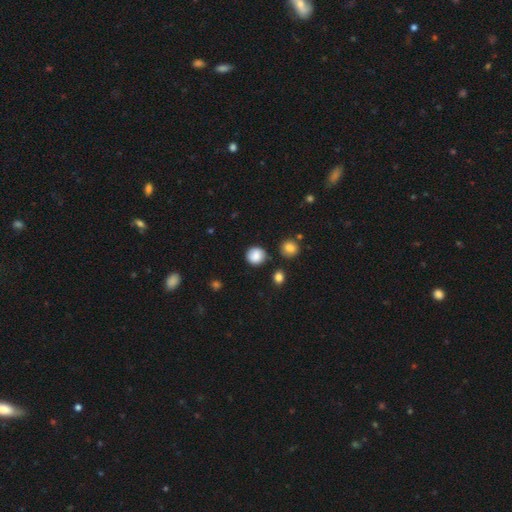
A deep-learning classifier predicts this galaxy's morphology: type=smooth (85%); roundness=round (88%); merging=none (81%).